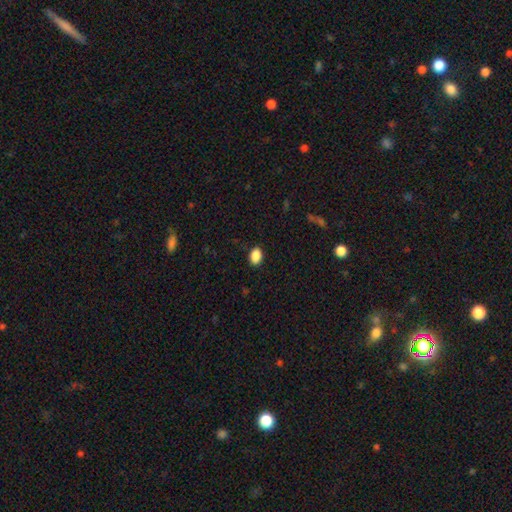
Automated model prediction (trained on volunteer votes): smooth 89%, star or artifact 8%, featured or disk 3%. Down the decision tree: how rounded — in between (81%); merging — none (89%).